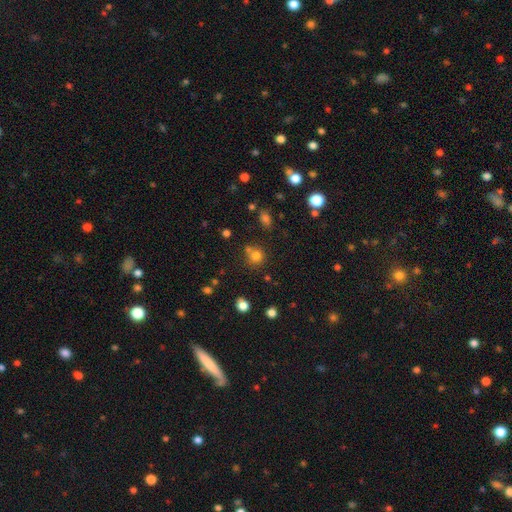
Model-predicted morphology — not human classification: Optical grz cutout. It shows a smooth galaxy with no disk features (76%) that is round (88%). Merging: none (64%).